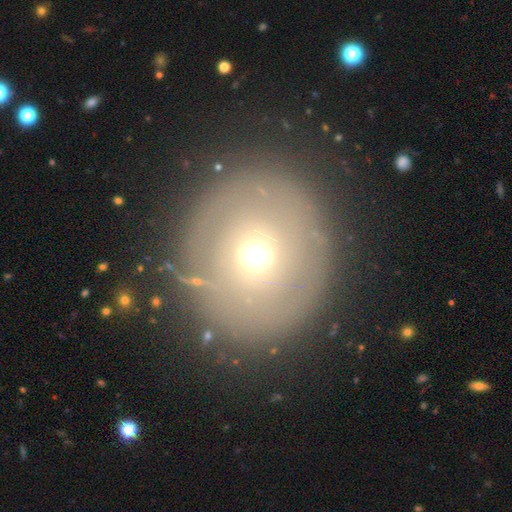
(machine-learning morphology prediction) A smooth galaxy with no disk features (54%) that is round (84%). Merging: none (80%).